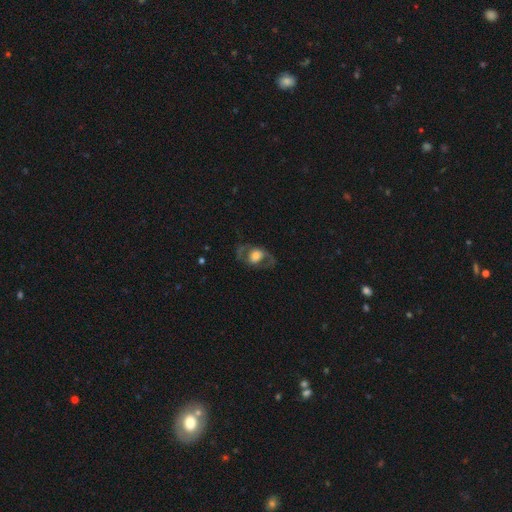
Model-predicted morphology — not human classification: Q: Smooth or featured?
A: featured or disk (63%); runner-up: smooth (31%)
Q: Edge-on disk?
A: no (91%); runner-up: yes (9%)
Q: Bar?
A: no (67%); runner-up: weak (23%)
Q: Spiral arms?
A: yes (59%); runner-up: no (41%)
Q: Bulge size?
A: large (39%); tied with: moderate (39%)
Q: Merging?
A: none (66%); runner-up: major disturbance (17%)